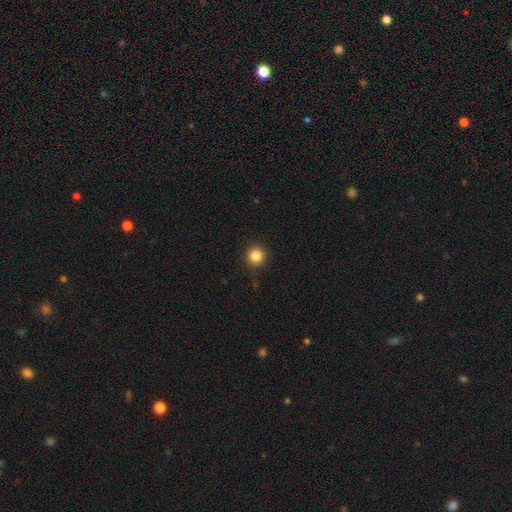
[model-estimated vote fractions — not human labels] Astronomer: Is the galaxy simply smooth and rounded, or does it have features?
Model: smooth — 85%.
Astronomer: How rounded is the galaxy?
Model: round — 94%.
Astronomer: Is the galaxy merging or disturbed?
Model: none — 90%.